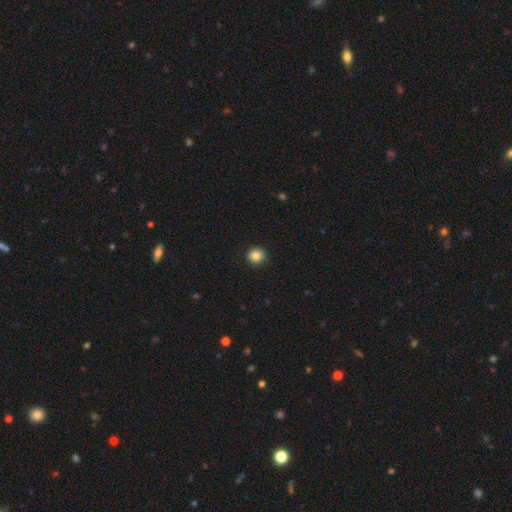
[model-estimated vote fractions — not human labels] The model was most divided on "smooth or featured": smooth: 85%, star or artifact: 10%, featured or disk: 5%. More confident: how rounded — round (93%); merging — none (92%).